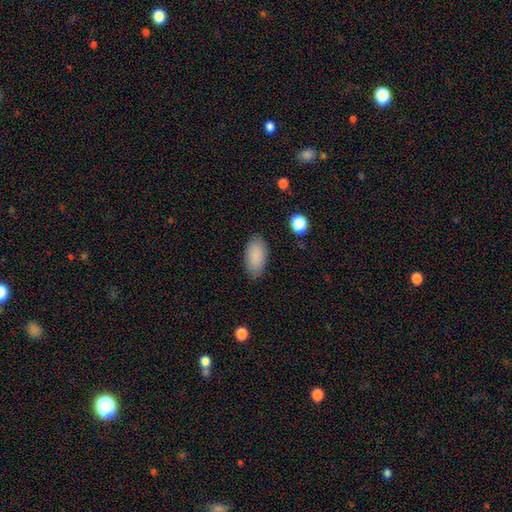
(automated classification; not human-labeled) smooth_or_featured: smooth (p=0.89) [alt: star or artifact p=0.07]
how_rounded: in between (p=0.94) [alt: round p=0.03]
merging: none (p=0.85) [alt: minor disturbance p=0.11]